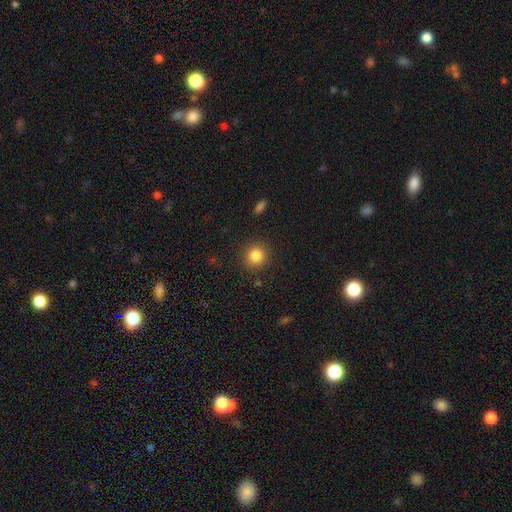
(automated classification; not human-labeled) A smooth galaxy with no disk features (85%) that is round (91%).

Vote fractions:
- Smooth or featured? smooth: 85% / star or artifact: 11% / featured or disk: 5%
- How rounded? round: 91% / in between: 8% / cigar-shaped: 1%
- Merging? none: 89% / minor disturbance: 7% / major disturbance: 3% / merger: 1%